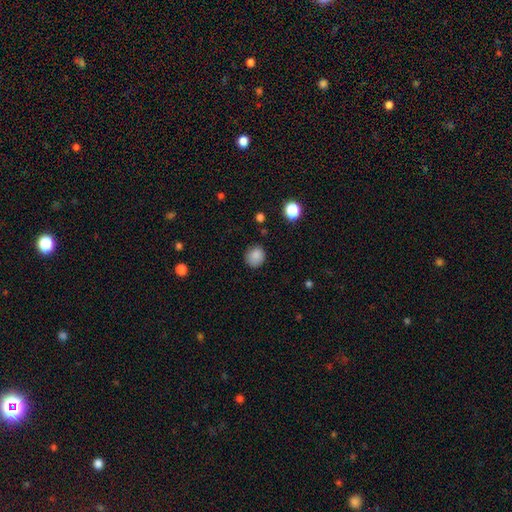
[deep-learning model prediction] This is clearly a smooth galaxy (86%). How rounded: clearly round (82%). Merging: clearly none (83%).